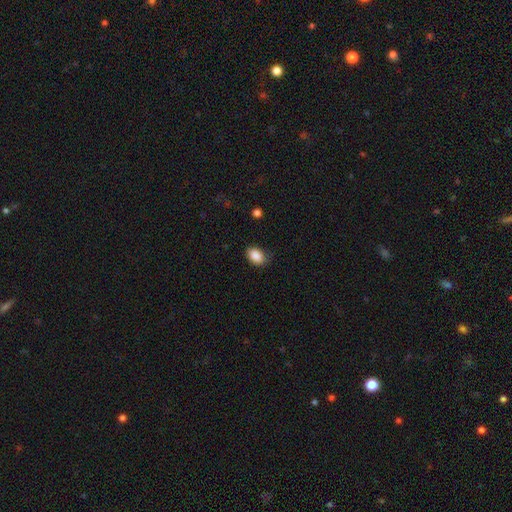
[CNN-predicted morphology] Smooth or featured: smooth — 88% (star or artifact — 8%)
How rounded: in between — 84% (round — 15%)
Merging: none — 79% (minor disturbance — 17%)